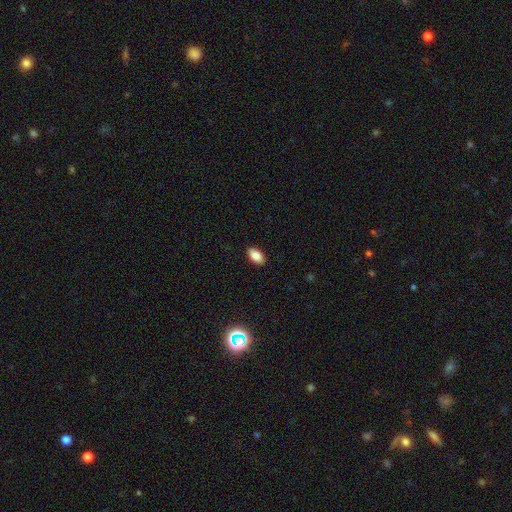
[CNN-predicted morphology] Smooth or featured: smooth — 86% (star or artifact — 8%)
How rounded: in between — 93% (round — 4%)
Merging: none — 90% (minor disturbance — 8%)